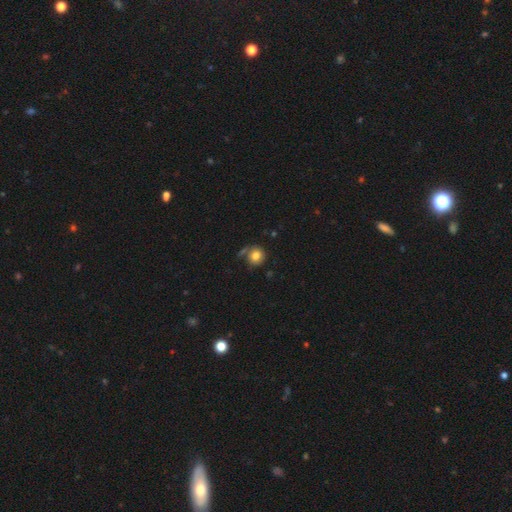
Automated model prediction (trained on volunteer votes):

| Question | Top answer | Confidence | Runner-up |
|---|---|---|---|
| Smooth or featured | smooth | 79% | featured or disk (11%) |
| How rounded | round | 88% | in between (11%) |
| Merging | none | 65% | minor disturbance (17%) |